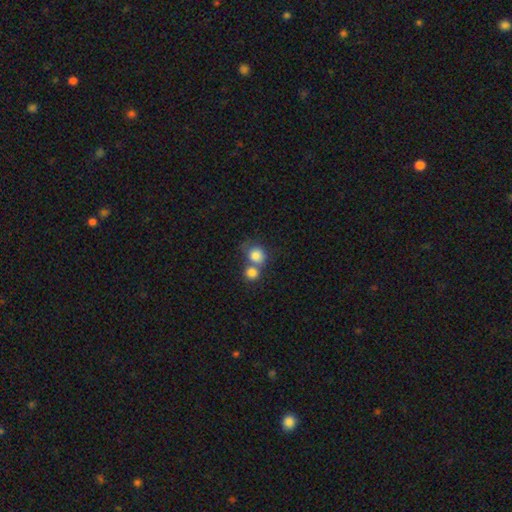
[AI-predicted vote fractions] Smooth or featured?
  - smooth: 81% *
  - star or artifact: 10%
  - featured or disk: 9%
How rounded?
  - round: 82% *
  - in between: 17%
  - cigar-shaped: 1%
Merging?
  - merger: 52% *
  - none: 35%
  - minor disturbance: 8%
  - major disturbance: 4%